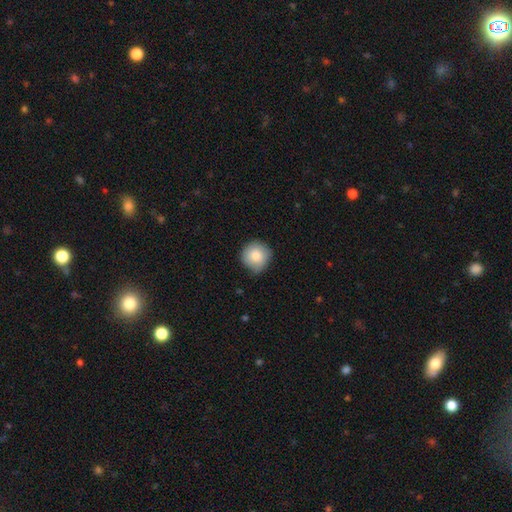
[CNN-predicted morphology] type=smooth (83%); roundness=round (93%); merging=none (72%).